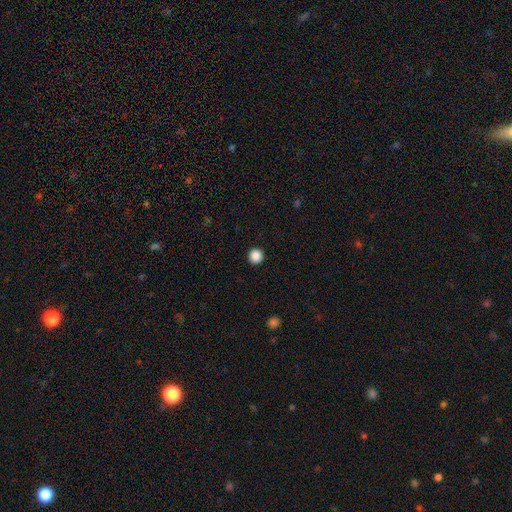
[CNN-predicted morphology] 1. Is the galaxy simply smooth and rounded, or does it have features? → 88% smooth, 10% star or artifact, 3% featured or disk.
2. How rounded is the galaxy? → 95% round, 4% in between, 1% cigar-shaped.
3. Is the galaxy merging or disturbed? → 94% none, 4% minor disturbance, 2% major disturbance, 1% merger.